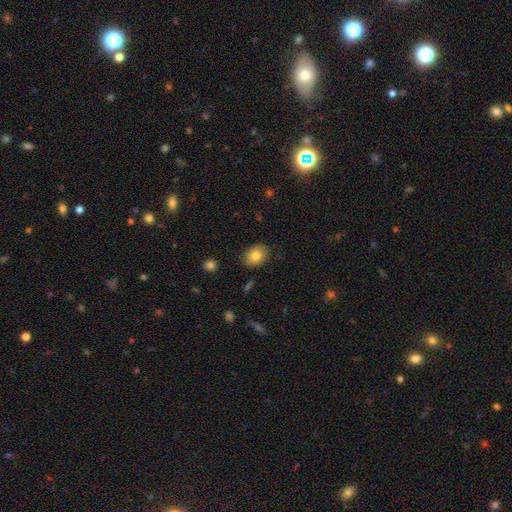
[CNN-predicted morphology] Q: Smooth or featured?
A: smooth (80%); runner-up: featured or disk (11%)
Q: How rounded?
A: in between (70%); runner-up: round (29%)
Q: Merging?
A: none (86%); runner-up: minor disturbance (11%)